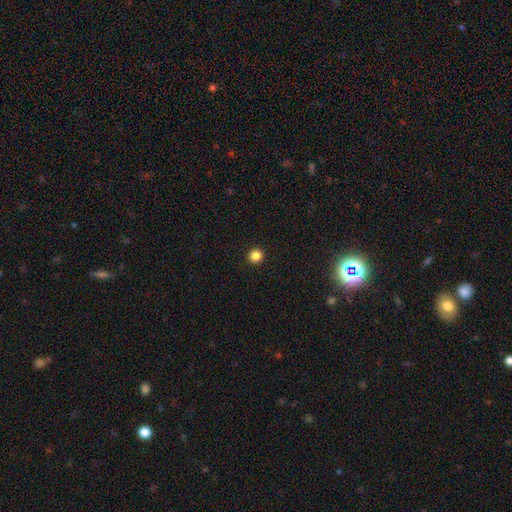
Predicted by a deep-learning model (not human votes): A smooth galaxy with no disk features (85%) that is round (90%). Merging: none (94%).